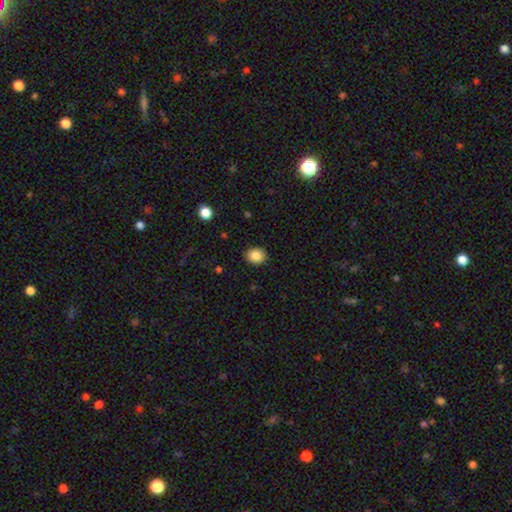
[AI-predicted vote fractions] A smooth galaxy with no disk features (86%) that is round (62%).

Vote fractions:
- Smooth or featured? smooth: 86% / star or artifact: 9% / featured or disk: 5%
- How rounded? round: 62% / in between: 37% / cigar-shaped: 1%
- Merging? none: 89% / minor disturbance: 8% / major disturbance: 2% / merger: 1%